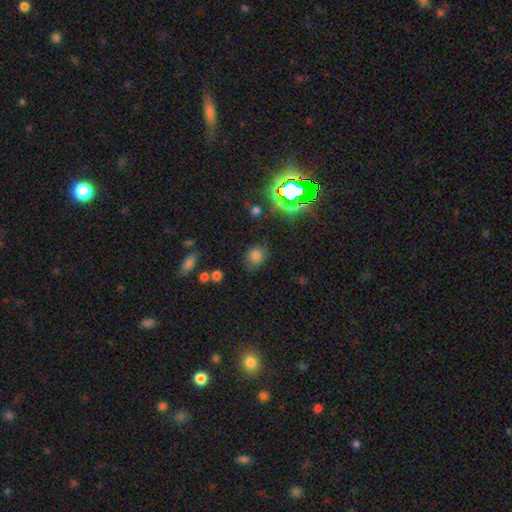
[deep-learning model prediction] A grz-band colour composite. It shows a smooth galaxy with no disk features (71%) that is round (69%). Merging: none (75%).